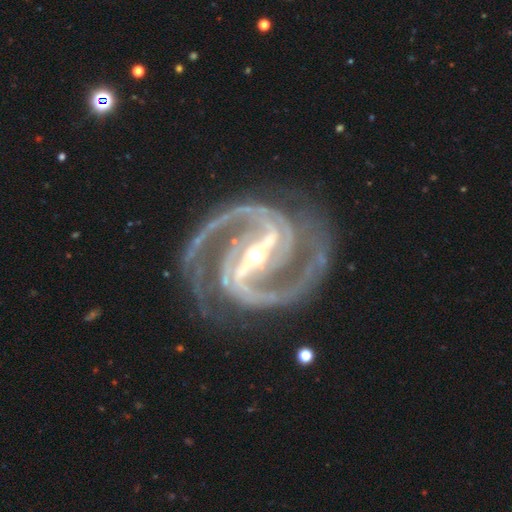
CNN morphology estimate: Smooth or featured? featured or disk (95%)
Edge-on disk? no (98%)
Bar? strong (78%)
Spiral arms? yes (99%)
Spiral winding? medium (60%)
Spiral arm count? 2 (76%)
Bulge size? small (49%)
Merging? none (74%)